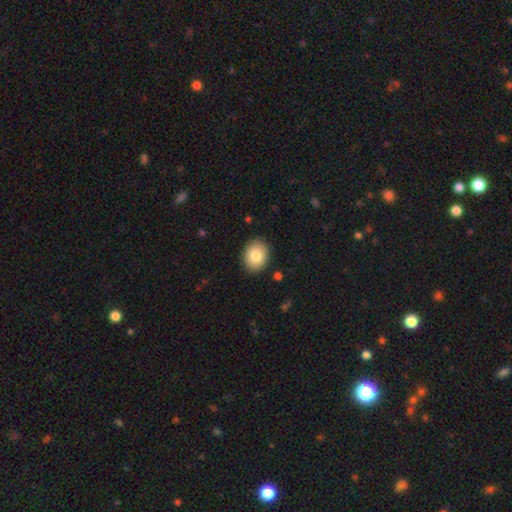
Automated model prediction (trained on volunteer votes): smooth 83%, featured or disk 9%, star or artifact 7%. Down the decision tree: how rounded — in between (59%); merging — none (89%).